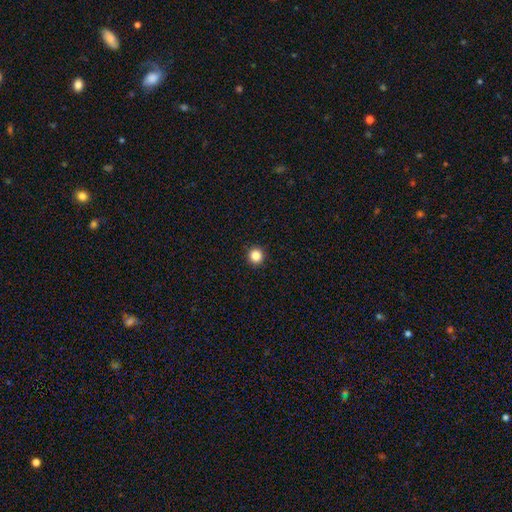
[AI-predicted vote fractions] smooth-or-featured: smooth: 85% | star or artifact: 11% | featured or disk: 4%
  how-rounded: round: 95% | in between: 4% | cigar-shaped: 1%
  merging: none: 93% | minor disturbance: 4% | major disturbance: 1% | merger: 1%